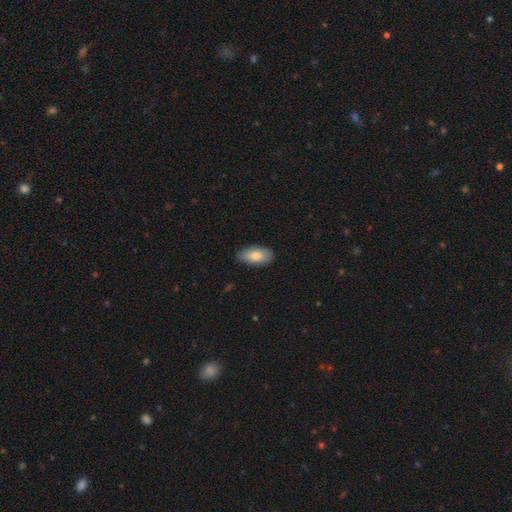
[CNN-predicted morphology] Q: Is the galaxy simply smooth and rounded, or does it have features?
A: smooth — 82%.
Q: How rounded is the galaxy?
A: in between — 93%.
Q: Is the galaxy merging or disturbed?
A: none — 85%.